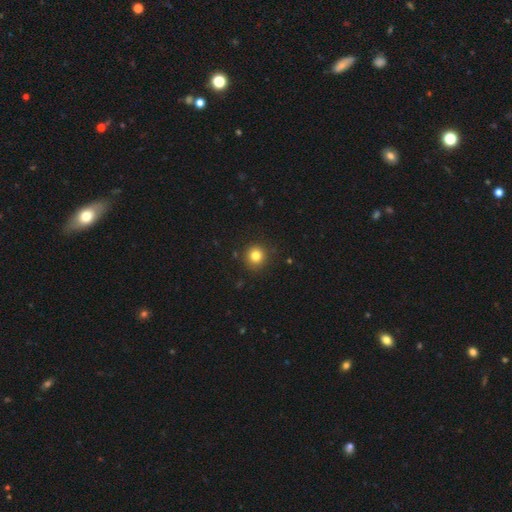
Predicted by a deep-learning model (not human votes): Morphology: type=smooth (81%); roundness=round (93%); merging=none (90%).